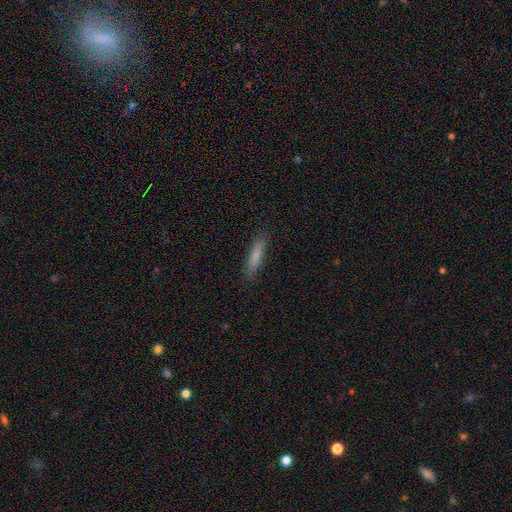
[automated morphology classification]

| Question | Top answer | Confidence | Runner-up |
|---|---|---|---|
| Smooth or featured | smooth | 79% | featured or disk (15%) |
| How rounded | cigar-shaped | 82% | in between (16%) |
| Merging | none | 86% | minor disturbance (11%) |